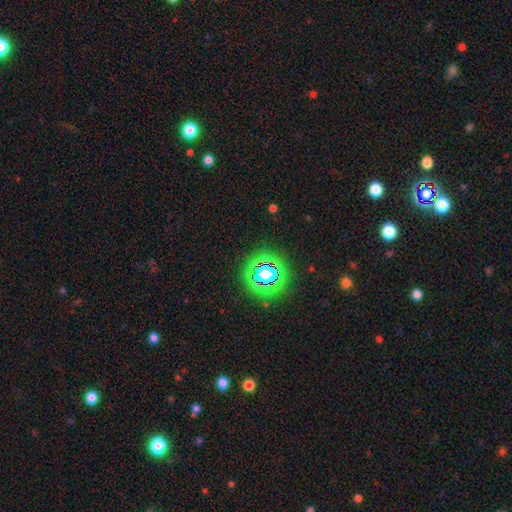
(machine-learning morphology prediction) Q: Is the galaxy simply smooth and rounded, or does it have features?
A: star or artifact — 76%.